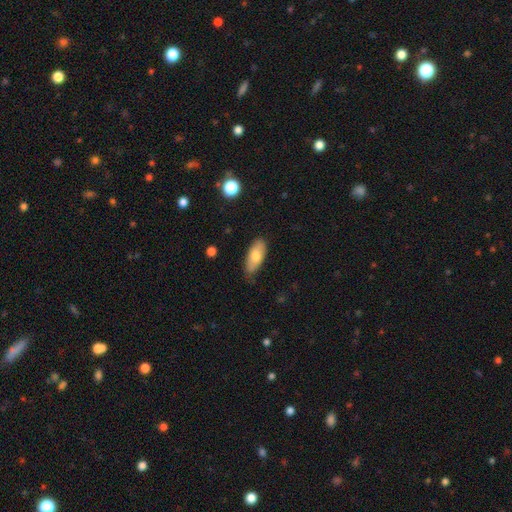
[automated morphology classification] Smooth or featured?
  - smooth: 76% *
  - featured or disk: 18%
  - star or artifact: 6%
How rounded?
  - in between: 84% *
  - cigar-shaped: 14%
  - round: 2%
Merging?
  - none: 73% *
  - minor disturbance: 22%
  - major disturbance: 3%
  - merger: 1%